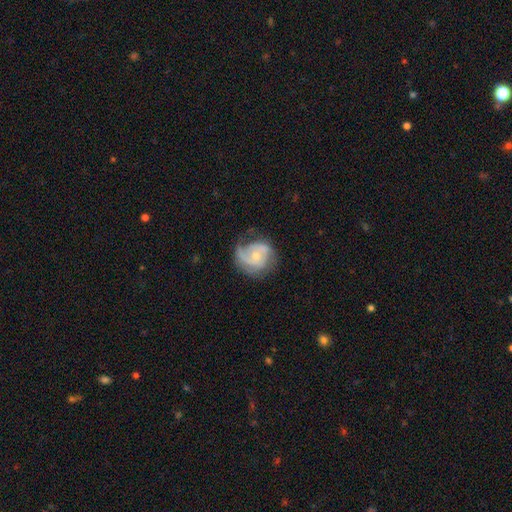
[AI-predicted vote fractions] Smooth or featured?
  - featured or disk: 72% *
  - smooth: 22%
  - star or artifact: 6%
Edge-on disk?
  - no: 98% *
  - yes: 2%
Bar?
  - no: 69% *
  - weak: 26%
  - strong: 5%
Spiral arms?
  - yes: 88% *
  - no: 12%
Spiral winding?
  - medium: 41% *
  - tight: 37%
  - loose: 22%
Spiral arm count?
  - 2: 51% *
  - 1: 20%
  - can't tell: 17%
  - 3: 8%
  - 4: 2%
  - more than 4: 2%
Bulge size?
  - small: 49% *
  - moderate: 46%
  - large: 2%
  - none: 2%
  - dominant: 1%
Merging?
  - none: 55% *
  - minor disturbance: 27%
  - major disturbance: 17%
  - merger: 2%